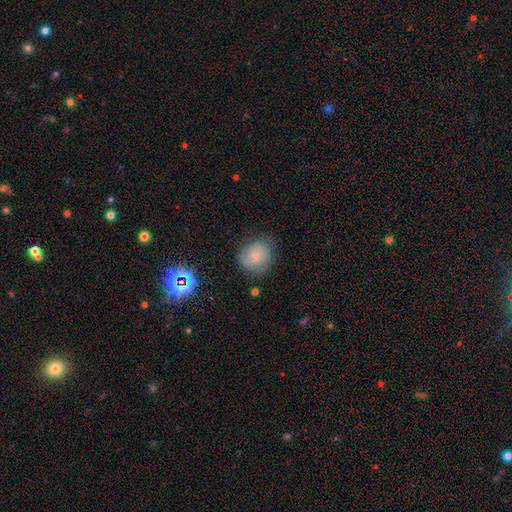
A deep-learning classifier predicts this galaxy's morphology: This appears to be a smooth galaxy with no disk features (57%) that is round (70%). Merging: none (65%).